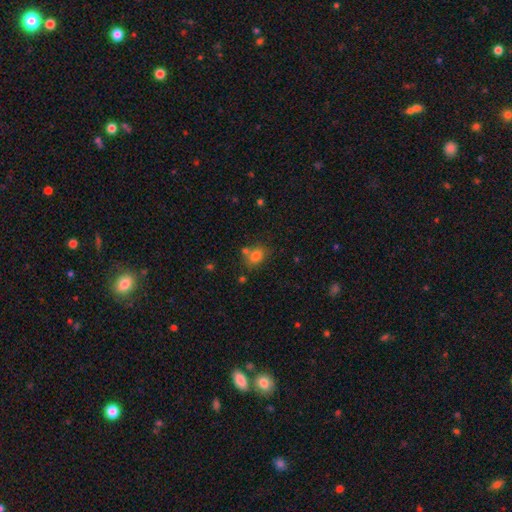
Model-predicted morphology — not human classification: The model was most divided on "how rounded": in between: 60%, round: 38%, cigar-shaped: 1%. More confident: smooth or featured — smooth (78%); merging — none (64%).